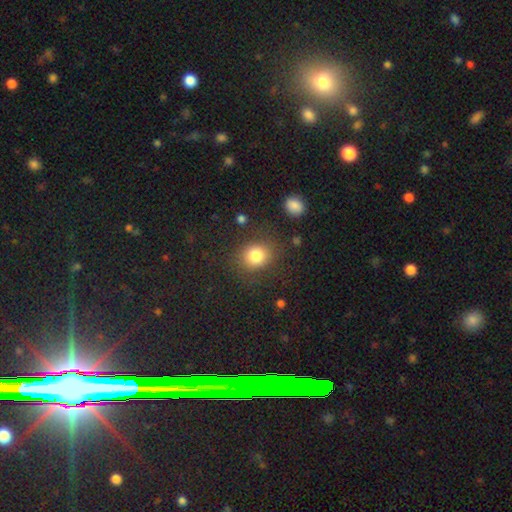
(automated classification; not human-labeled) Smooth or featured?
  - smooth: 81% *
  - star or artifact: 11%
  - featured or disk: 7%
How rounded?
  - round: 70% *
  - in between: 29%
  - cigar-shaped: 1%
Merging?
  - none: 81% *
  - minor disturbance: 11%
  - major disturbance: 5%
  - merger: 3%